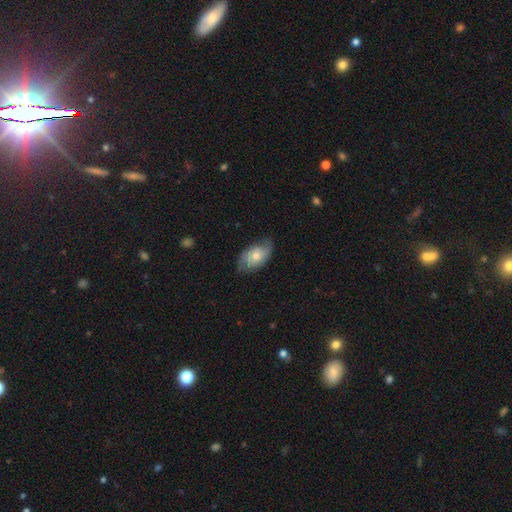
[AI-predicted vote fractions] smooth 59%, featured or disk 34%, star or artifact 6%. Down the decision tree: how rounded — in between (91%); merging — none (65%).